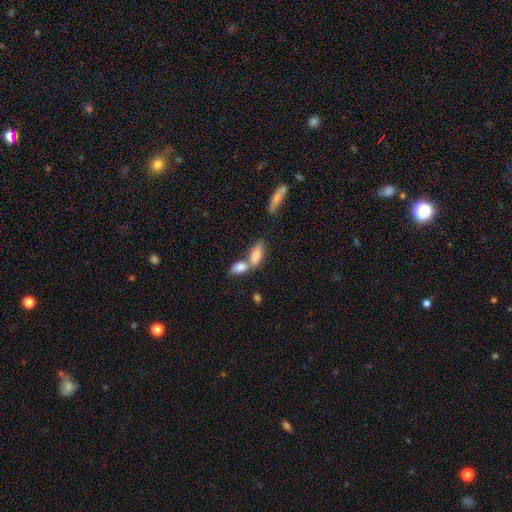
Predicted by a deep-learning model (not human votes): Smooth or featured: smooth — 80% (featured or disk — 12%)
How rounded: in between — 83% (cigar-shaped — 13%)
Merging: merger — 60% (none — 28%)